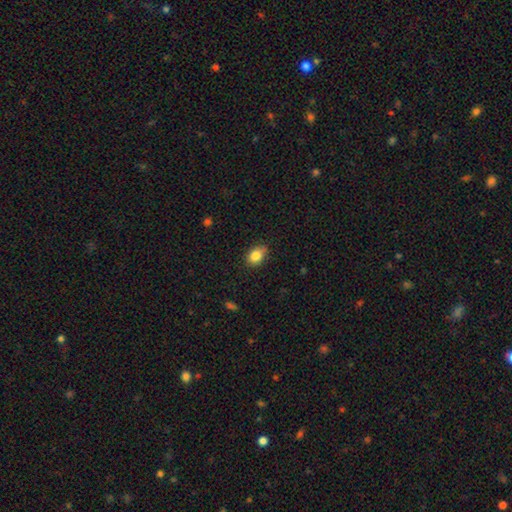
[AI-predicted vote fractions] Smooth or featured? Predicted: smooth (p=0.84). How rounded? Predicted: in between (p=0.74). Merging? Predicted: none (p=0.76).